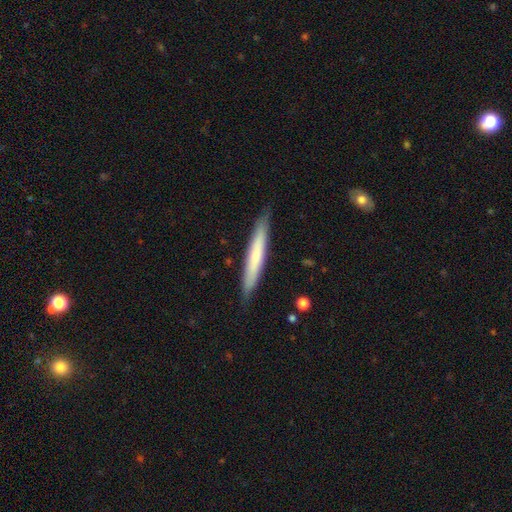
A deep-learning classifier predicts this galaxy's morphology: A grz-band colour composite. It shows a smooth galaxy with no disk features (59%) that is cigar-shaped (94%). Merging: none (87%).